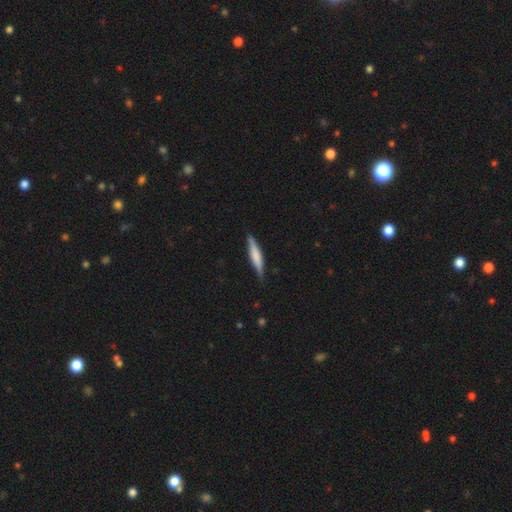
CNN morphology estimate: Smooth or featured? smooth (59%)
How rounded? cigar-shaped (87%)
Merging? none (83%)